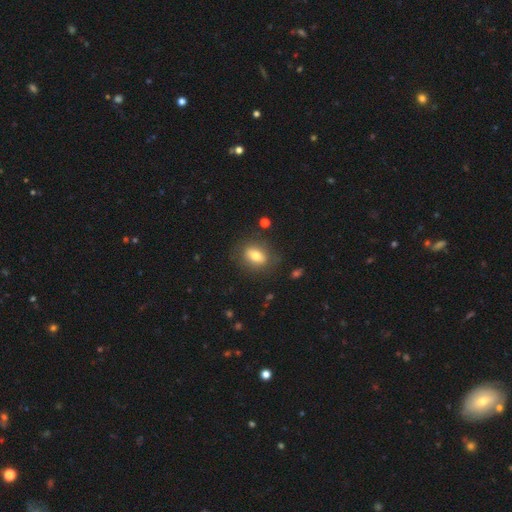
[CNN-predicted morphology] This appears to be a smooth galaxy with no disk features (72%) that is in between round and cigar-shaped (68%). Merging: none (81%).